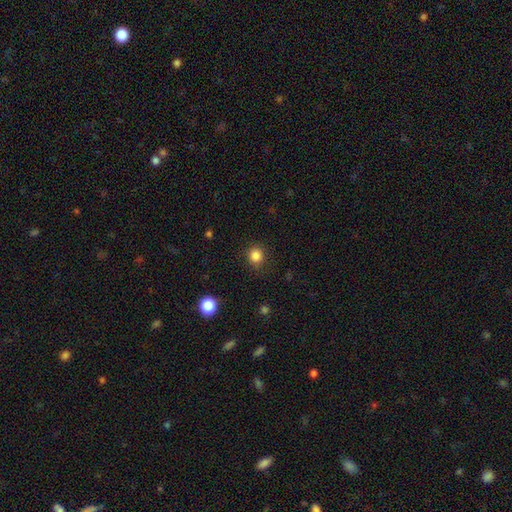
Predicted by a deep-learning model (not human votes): Q: Smooth or featured?
A: smooth (85%); runner-up: star or artifact (12%)
Q: How rounded?
A: round (89%); runner-up: in between (10%)
Q: Merging?
A: none (88%); runner-up: minor disturbance (8%)